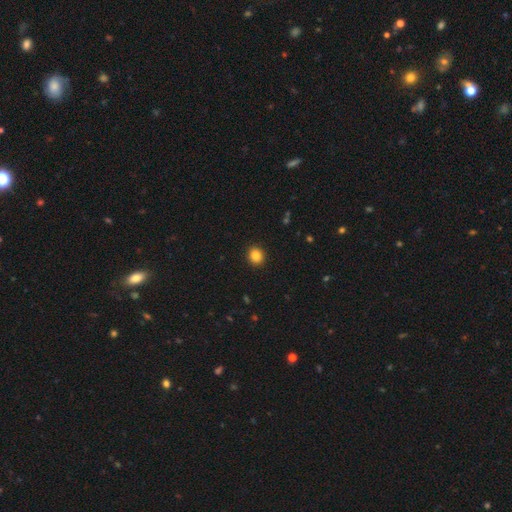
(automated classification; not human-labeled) Smooth or featured? Predicted: smooth (p=0.85). How rounded? Predicted: round (p=0.80). Merging? Predicted: none (p=0.92).